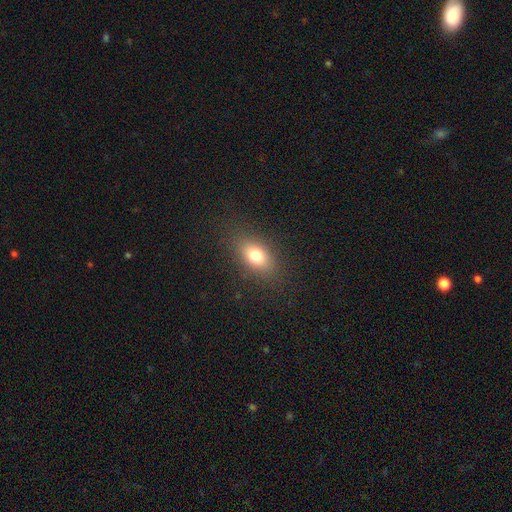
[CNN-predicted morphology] The model was most divided on "smooth or featured": smooth: 77%, featured or disk: 12%, star or artifact: 11%. More confident: merging — none (85%); how rounded — in between (83%).